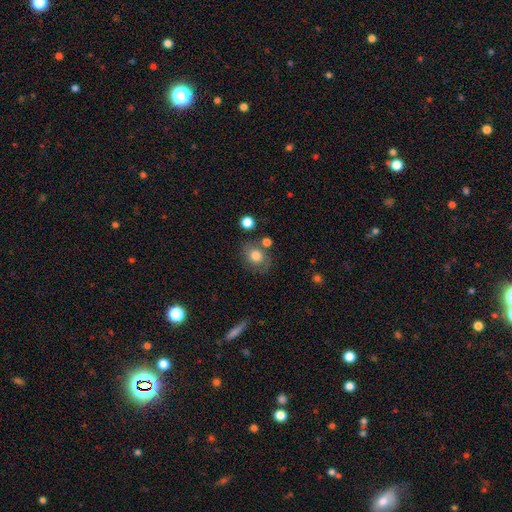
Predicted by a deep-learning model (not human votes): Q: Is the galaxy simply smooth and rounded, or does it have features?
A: smooth — 73%.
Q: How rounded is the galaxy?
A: round — 57%.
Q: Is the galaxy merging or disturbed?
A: none — 65%.